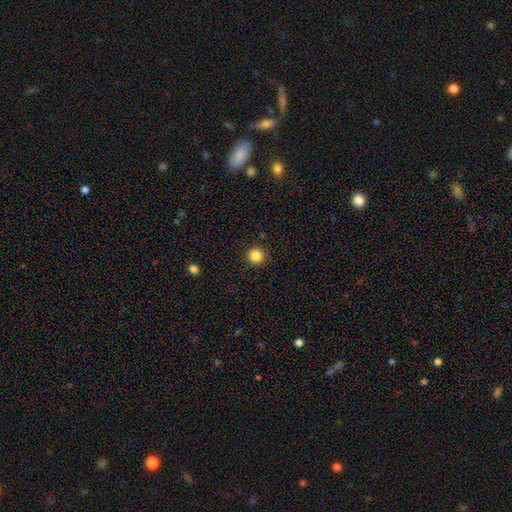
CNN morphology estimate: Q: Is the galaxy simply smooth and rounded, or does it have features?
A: smooth — 85%.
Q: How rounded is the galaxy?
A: round — 95%.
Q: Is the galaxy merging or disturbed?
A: none — 92%.